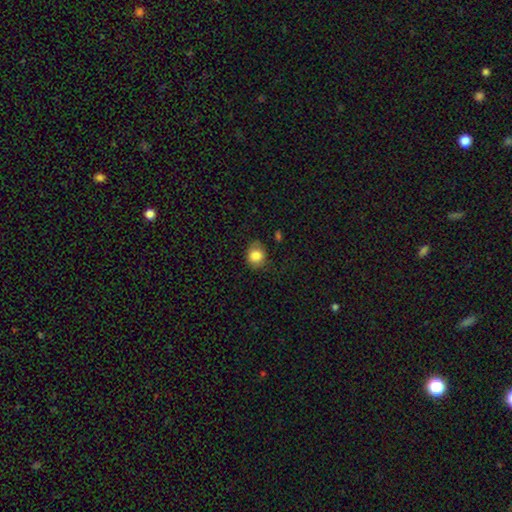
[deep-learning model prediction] smooth_or_featured: smooth (p=0.85) [alt: star or artifact p=0.09]
how_rounded: round (p=0.73) [alt: in between p=0.26]
merging: none (p=0.71) [alt: minor disturbance p=0.21]